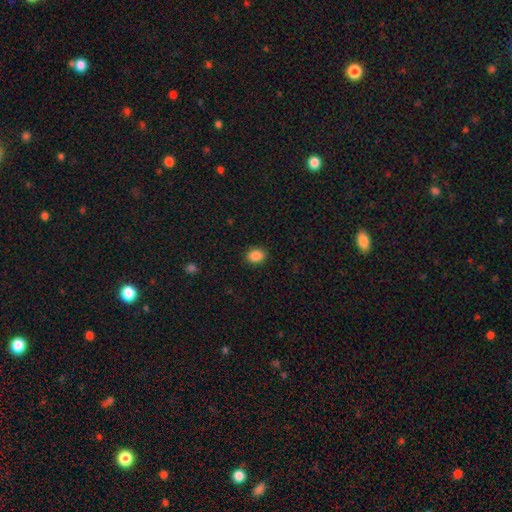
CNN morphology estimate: This appears to be a smooth galaxy with no disk features (88%) that is in between round and cigar-shaped (50%). Merging: none (89%).